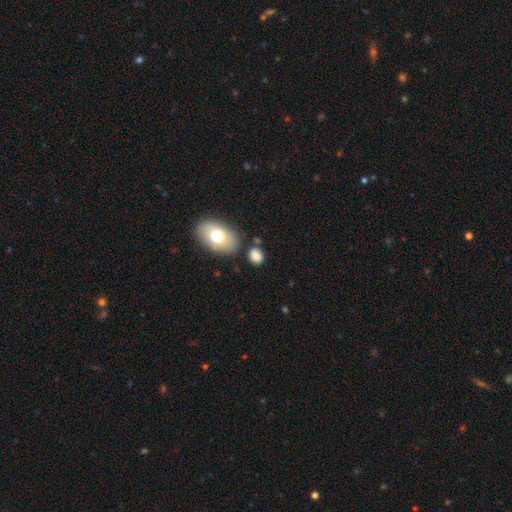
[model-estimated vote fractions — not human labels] Smooth or featured? smooth (82%)
How rounded? in between (68%)
Merging? none (69%)